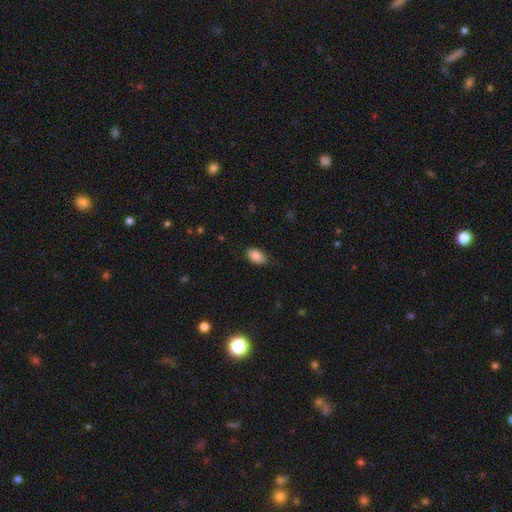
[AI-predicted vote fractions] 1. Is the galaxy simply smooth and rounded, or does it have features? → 85% smooth, 8% star or artifact, 8% featured or disk.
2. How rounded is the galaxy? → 90% in between, 8% round, 2% cigar-shaped.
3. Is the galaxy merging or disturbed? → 70% none, 25% minor disturbance, 4% major disturbance, 1% merger.